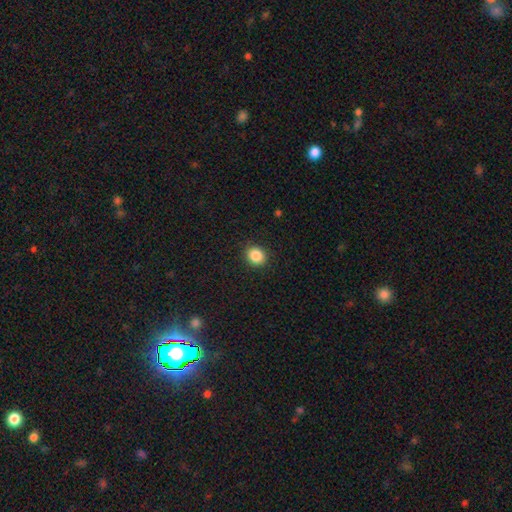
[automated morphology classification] This appears to be a smooth galaxy with no disk features (87%) that is round (64%). Merging: none (89%).